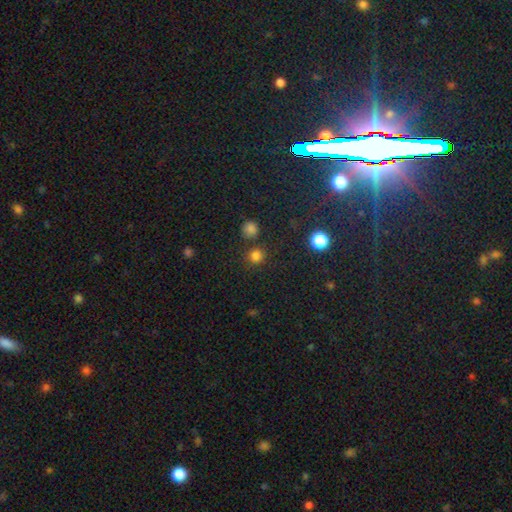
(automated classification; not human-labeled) smooth-or-featured: smooth: 78% | star or artifact: 18% | featured or disk: 4%
  how-rounded: round: 92% | in between: 7% | cigar-shaped: 1%
  merging: none: 80% | merger: 10% | minor disturbance: 7% | major disturbance: 3%